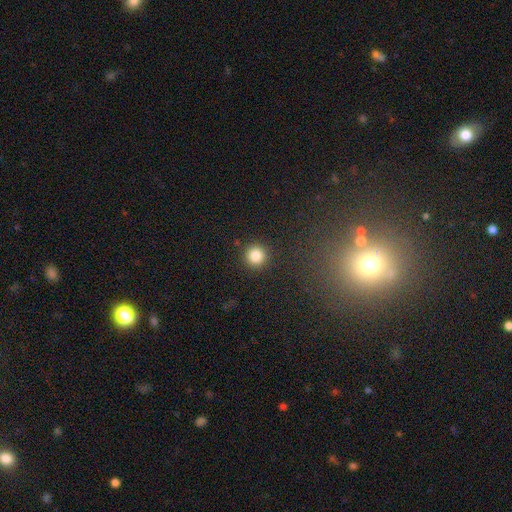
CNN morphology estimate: Overall: smooth (85%). How rounded: round (95%). Merging: none (90%).